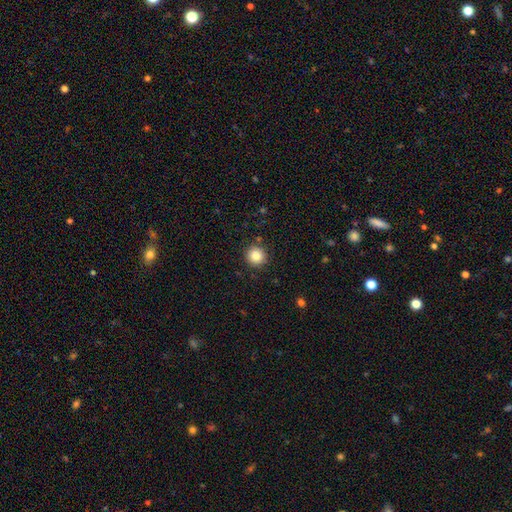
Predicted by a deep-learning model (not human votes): smooth-or-featured: smooth: 83% | star or artifact: 10% | featured or disk: 6%
  how-rounded: round: 95% | in between: 4% | cigar-shaped: 1%
  merging: none: 91% | minor disturbance: 6% | major disturbance: 2% | merger: 2%